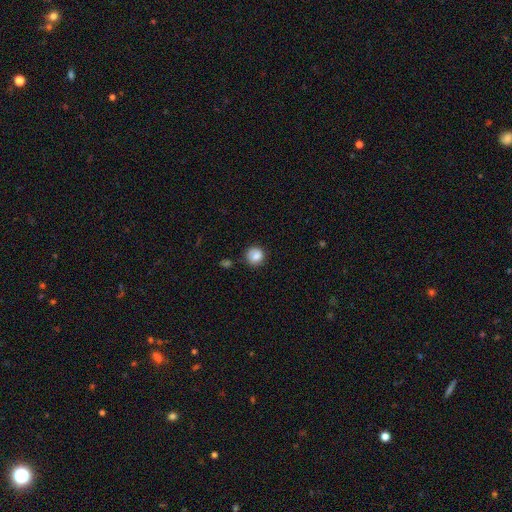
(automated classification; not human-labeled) Overall: smooth (86%). How rounded: round (90%). Merging: none (80%).